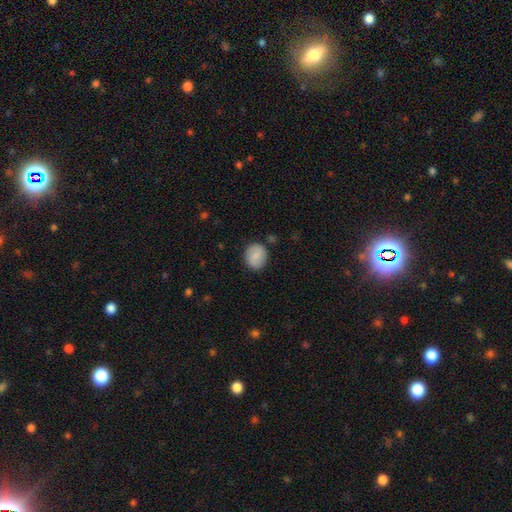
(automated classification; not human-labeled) Smooth or featured?
  - smooth: 77% *
  - featured or disk: 16%
  - star or artifact: 7%
How rounded?
  - round: 70% *
  - in between: 29%
  - cigar-shaped: 1%
Merging?
  - none: 84% *
  - minor disturbance: 11%
  - major disturbance: 3%
  - merger: 2%